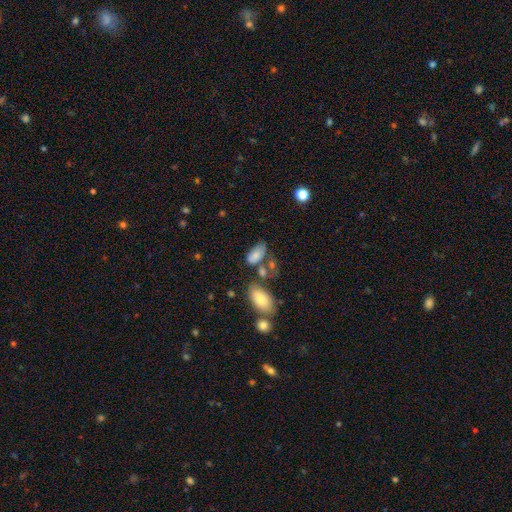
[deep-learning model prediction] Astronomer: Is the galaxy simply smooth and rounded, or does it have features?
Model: smooth — 78%.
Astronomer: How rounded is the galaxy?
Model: in between — 92%.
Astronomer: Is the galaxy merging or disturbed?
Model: none — 40% (runner-up: minor disturbance, 24%).